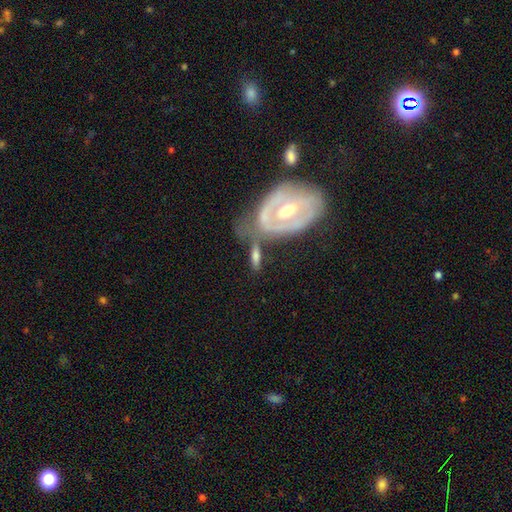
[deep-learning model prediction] Smooth or featured?
  - smooth: 49% *
  - featured or disk: 45%
  - star or artifact: 6%
Merging?
  - none: 44% *
  - merger: 26%
  - minor disturbance: 20%
  - major disturbance: 10%